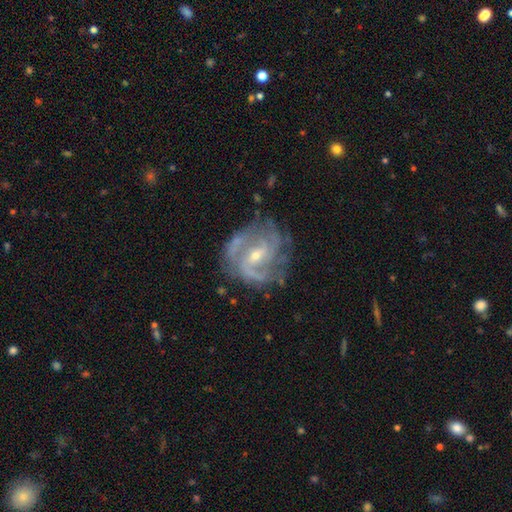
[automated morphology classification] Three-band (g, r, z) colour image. It shows a featured or disk galaxy (88%) with a weak bar (48%), 2 (43%) medium (48%) spiral arms (96%) and a small central bulge (68%). Merging: none (66%).